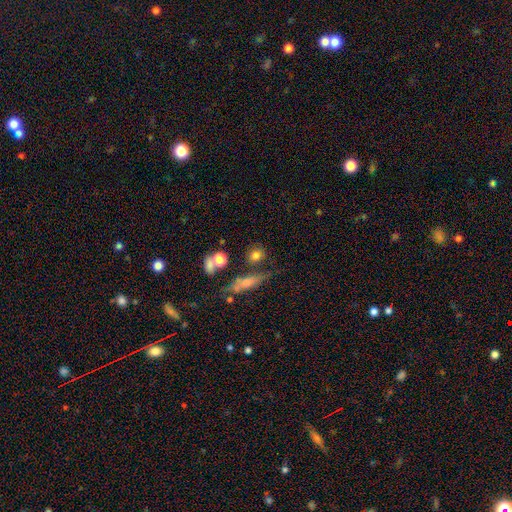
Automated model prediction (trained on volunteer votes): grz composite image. It shows a smooth galaxy with no disk features (77%) that is round (67%). Merging: none (69%).